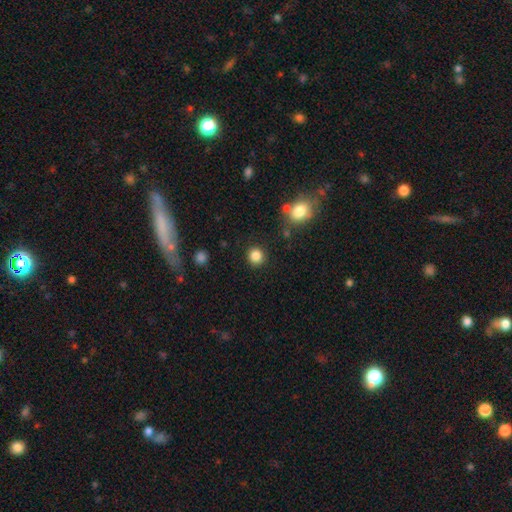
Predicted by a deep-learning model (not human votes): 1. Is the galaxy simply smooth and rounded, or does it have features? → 85% smooth, 11% star or artifact, 4% featured or disk.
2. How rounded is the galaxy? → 90% round, 9% in between, 1% cigar-shaped.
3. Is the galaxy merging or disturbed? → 89% none, 6% minor disturbance, 3% major disturbance, 2% merger.